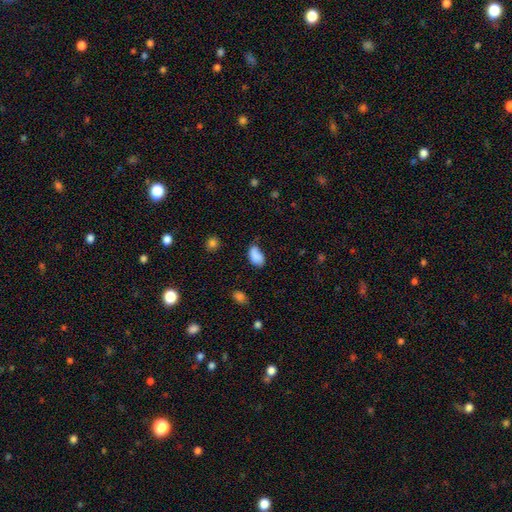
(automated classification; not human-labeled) Morphology: type=smooth (85%); roundness=in between (92%); merging=none (55%).